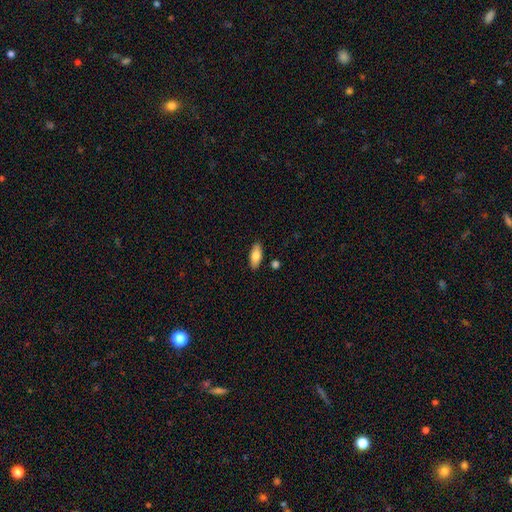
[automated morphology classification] Smooth or featured: smooth — 79% (featured or disk — 15%)
How rounded: in between — 82% (cigar-shaped — 15%)
Merging: none — 87% (minor disturbance — 9%)